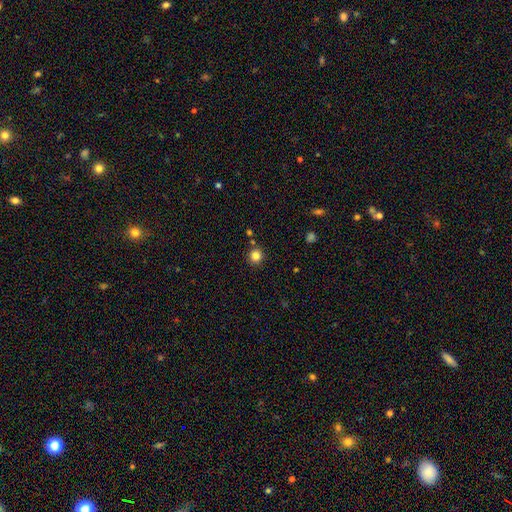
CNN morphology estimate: A smooth galaxy with no disk features (82%) that is round (93%). Merging: none (88%).